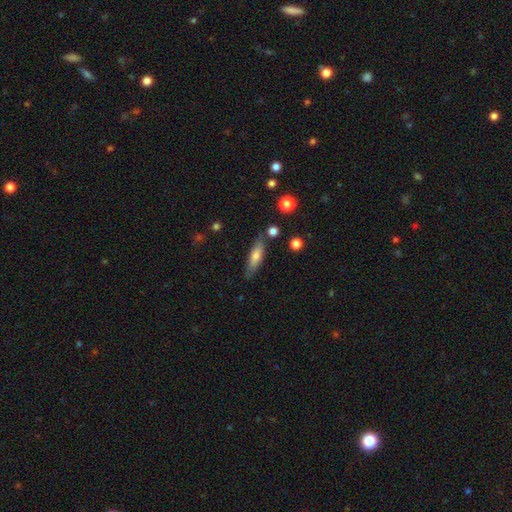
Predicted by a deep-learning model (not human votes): Overall: smooth (65%; featured or disk 28%). How rounded: cigar-shaped (61%; in between 36%). Merging: none (79%).